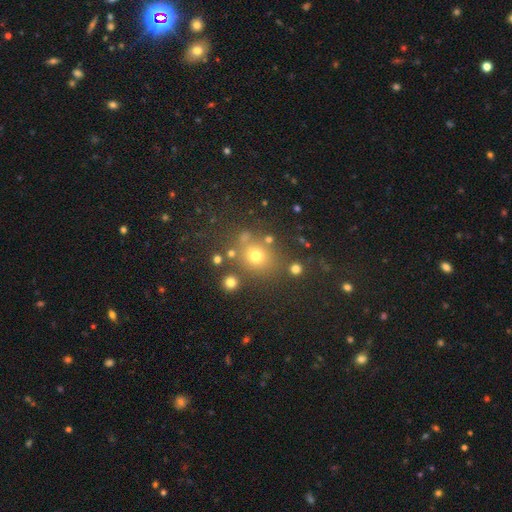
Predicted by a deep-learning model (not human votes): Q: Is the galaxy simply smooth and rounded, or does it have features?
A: smooth — 65%.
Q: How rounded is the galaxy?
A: round — 76%.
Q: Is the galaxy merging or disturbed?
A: none — 73%.